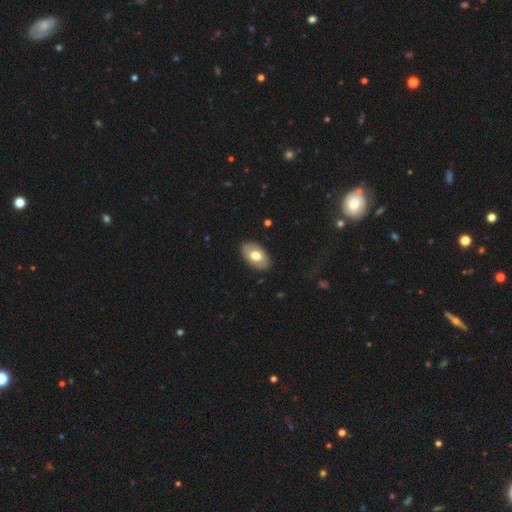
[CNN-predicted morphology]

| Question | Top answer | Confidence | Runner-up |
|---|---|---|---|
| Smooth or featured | smooth | 64% | featured or disk (31%) |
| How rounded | in between | 91% | round (8%) |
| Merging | none | 87% | minor disturbance (10%) |